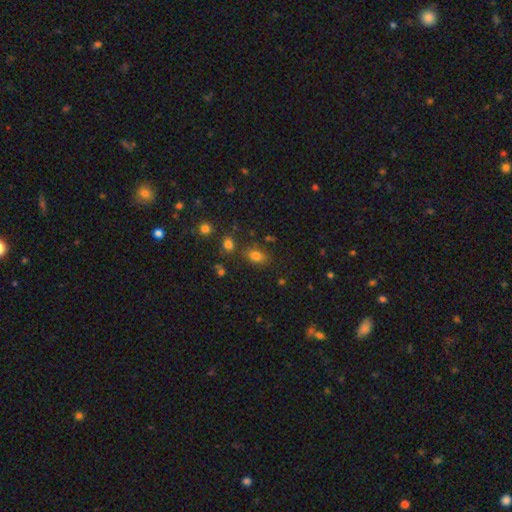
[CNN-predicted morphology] This is likely a smooth galaxy (80%). How rounded: likely in between (79%). Merging: likely none (72%).